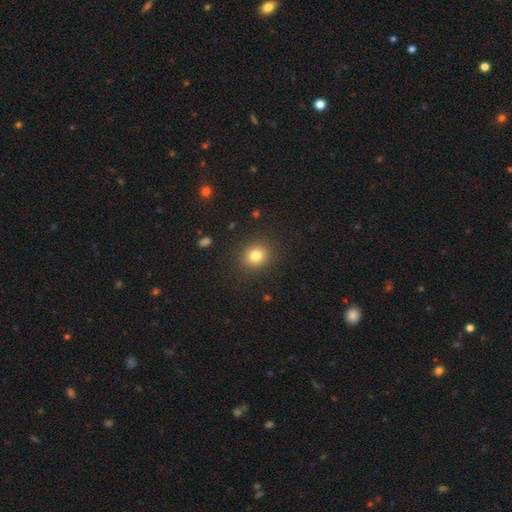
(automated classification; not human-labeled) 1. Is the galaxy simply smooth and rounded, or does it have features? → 81% smooth, 12% star or artifact, 7% featured or disk.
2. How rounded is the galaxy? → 81% round, 18% in between, 1% cigar-shaped.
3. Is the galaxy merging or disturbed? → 89% none, 7% minor disturbance, 3% major disturbance, 1% merger.